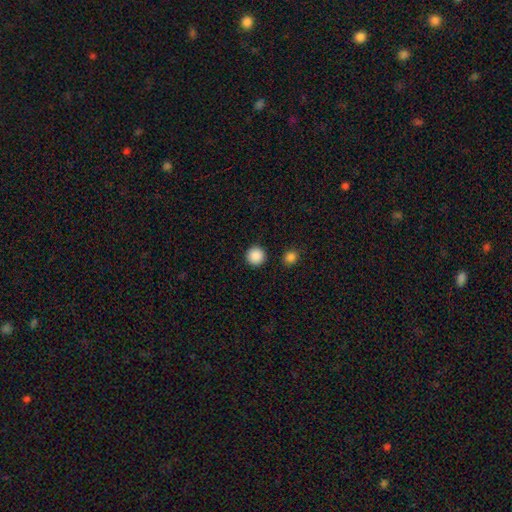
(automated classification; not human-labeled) A smooth galaxy with no disk features (88%) that is round (96%).

Vote fractions:
- Smooth or featured? smooth: 88% / star or artifact: 9% / featured or disk: 3%
- How rounded? round: 96% / in between: 3% / cigar-shaped: 1%
- Merging? none: 92% / minor disturbance: 4% / merger: 2% / major disturbance: 2%